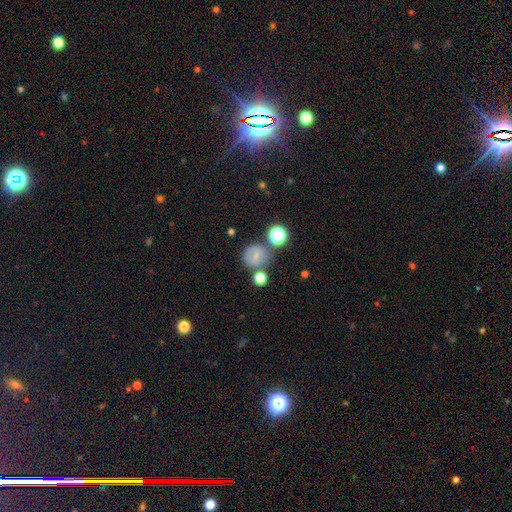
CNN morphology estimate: This is likely a smooth galaxy (64%). How rounded: clearly round (84%). Merging: likely none (66%).